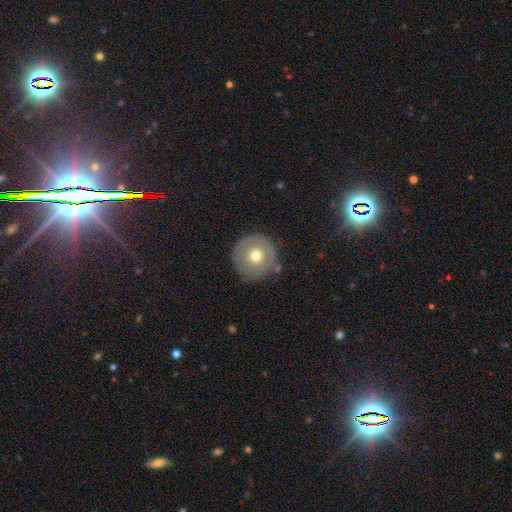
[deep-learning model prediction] A smooth galaxy with no disk features (63%) that is round (96%).

Vote fractions:
- Smooth or featured? smooth: 63% / featured or disk: 29% / star or artifact: 8%
- How rounded? round: 96% / in between: 3% / cigar-shaped: 1%
- Merging? none: 80% / minor disturbance: 13% / major disturbance: 4% / merger: 3%